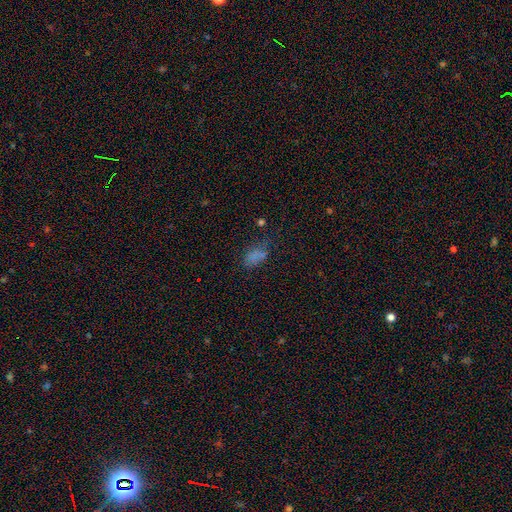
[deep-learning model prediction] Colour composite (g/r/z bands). It shows a smooth galaxy with no disk features (66%) that is in between round and cigar-shaped (88%). Merging: none (51%).